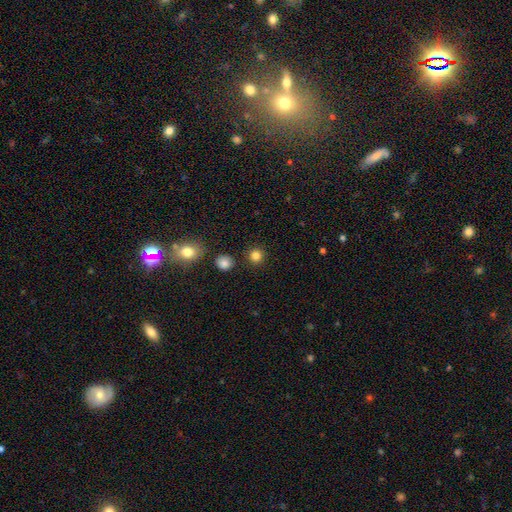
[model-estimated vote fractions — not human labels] Smooth or featured? Predicted: smooth (p=0.84). How rounded? Predicted: round (p=0.93). Merging? Predicted: none (p=0.89).